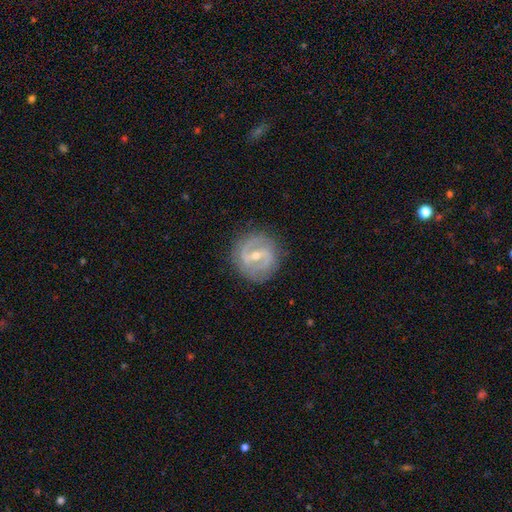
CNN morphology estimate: Overall: featured or disk (82%). Edge-on disk: no (96%). Bar: strong (46%; weak 41%). Spiral arms: yes (83%). Spiral arm count: 2 (80%). Spiral winding: medium (43%; tight 38%). Bulge size: small (52%; moderate 45%). Merging: none (84%).